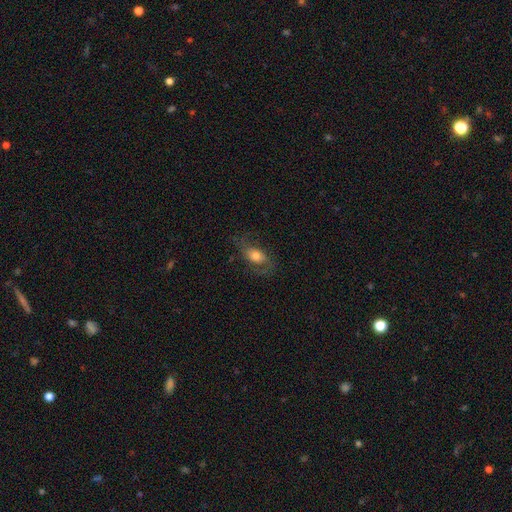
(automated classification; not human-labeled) Smooth or featured? featured or disk (47%)
Merging? none (60%)